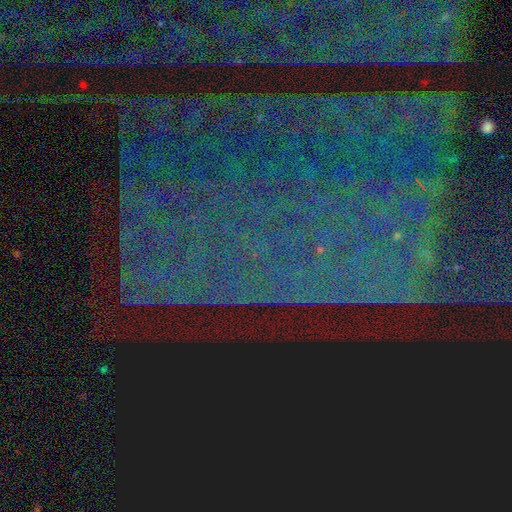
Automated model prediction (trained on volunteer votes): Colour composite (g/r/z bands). It shows a star or artifact, not a galaxy (88%).